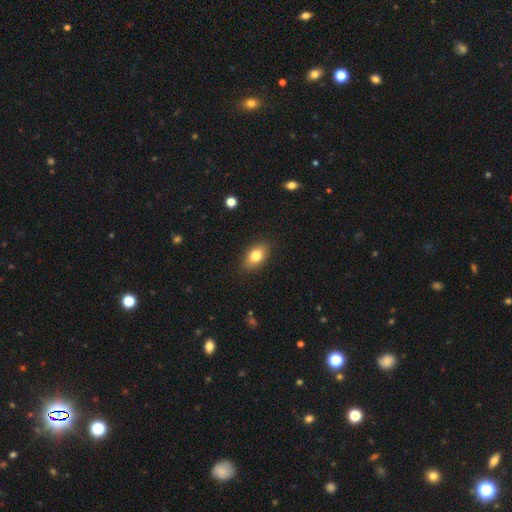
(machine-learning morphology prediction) Q: Smooth or featured?
A: smooth (80%); runner-up: featured or disk (12%)
Q: How rounded?
A: in between (88%); runner-up: round (10%)
Q: Merging?
A: none (87%); runner-up: minor disturbance (10%)